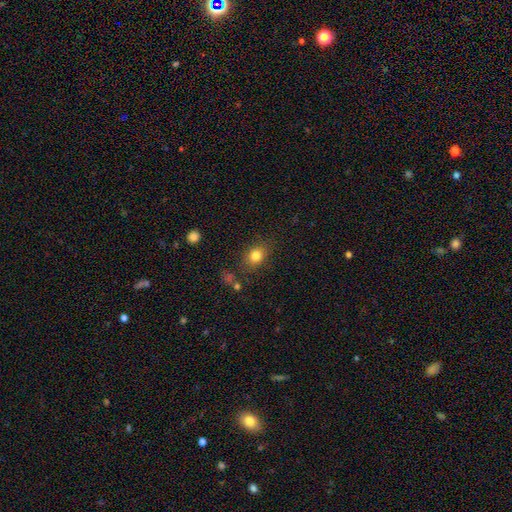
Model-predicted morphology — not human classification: smooth 81%, star or artifact 11%, featured or disk 8%. Down the decision tree: how rounded — in between (57%); merging — none (79%).